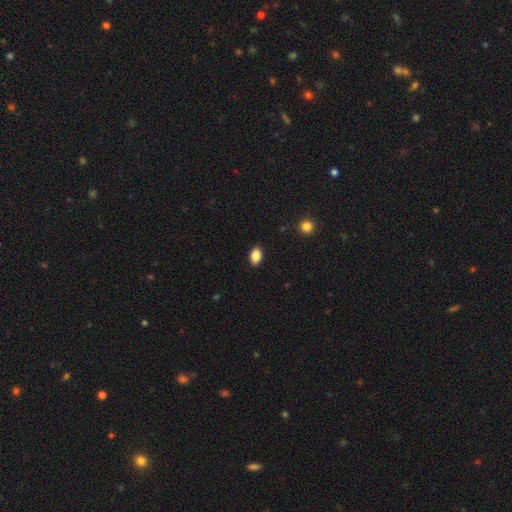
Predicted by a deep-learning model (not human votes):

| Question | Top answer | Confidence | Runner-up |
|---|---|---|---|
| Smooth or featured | smooth | 87% | star or artifact (8%) |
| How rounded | in between | 88% | round (11%) |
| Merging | none | 90% | minor disturbance (8%) |